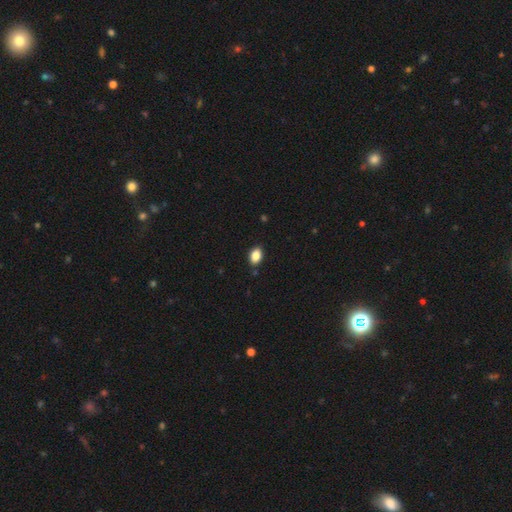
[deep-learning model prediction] Overall: smooth (86%). How rounded: in between (85%). Merging: none (88%).